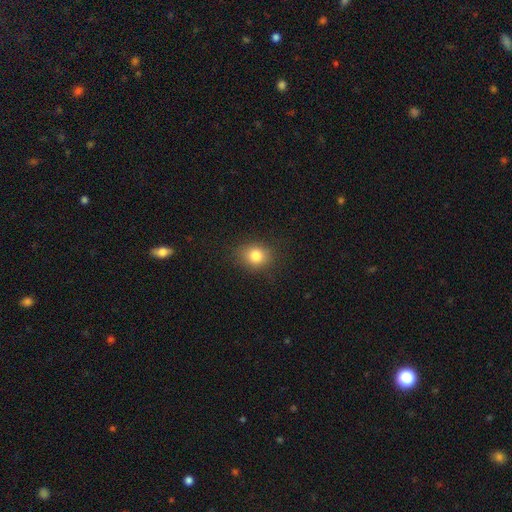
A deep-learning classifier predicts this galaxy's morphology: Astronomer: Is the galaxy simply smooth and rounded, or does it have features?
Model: smooth — 81%.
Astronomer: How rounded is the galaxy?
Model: round — 61% (runner-up: in between, 38%).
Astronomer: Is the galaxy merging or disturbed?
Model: none — 84%.